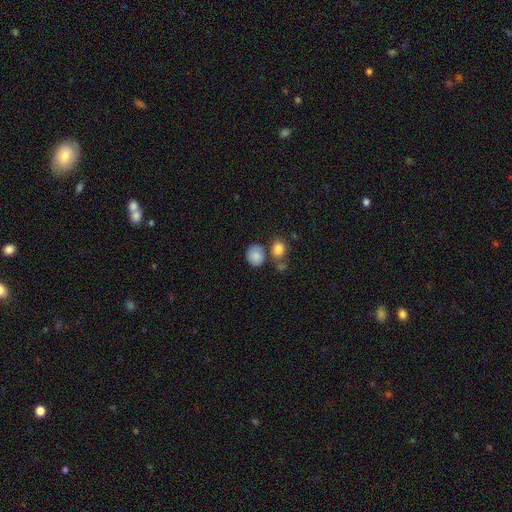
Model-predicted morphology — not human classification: A smooth galaxy with no disk features (84%) that is round (64%).

Vote fractions:
- Smooth or featured? smooth: 84% / star or artifact: 9% / featured or disk: 7%
- How rounded? round: 64% / in between: 35% / cigar-shaped: 1%
- Merging? none: 62% / merger: 19% / minor disturbance: 14% / major disturbance: 5%